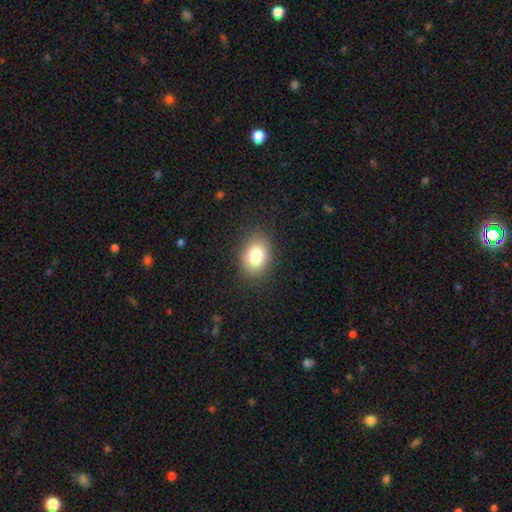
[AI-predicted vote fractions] This appears to be a smooth galaxy with no disk features (81%) that is in between round and cigar-shaped (64%). Merging: none (87%).